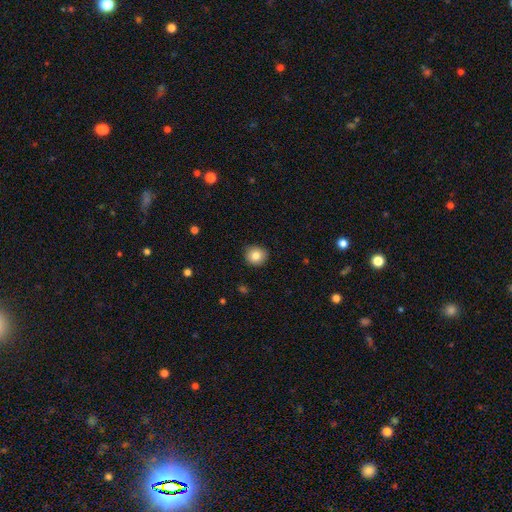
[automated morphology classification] Smooth or featured?
  - smooth: 82% *
  - star or artifact: 10%
  - featured or disk: 8%
How rounded?
  - round: 89% *
  - in between: 10%
  - cigar-shaped: 1%
Merging?
  - none: 89% *
  - minor disturbance: 8%
  - major disturbance: 2%
  - merger: 1%